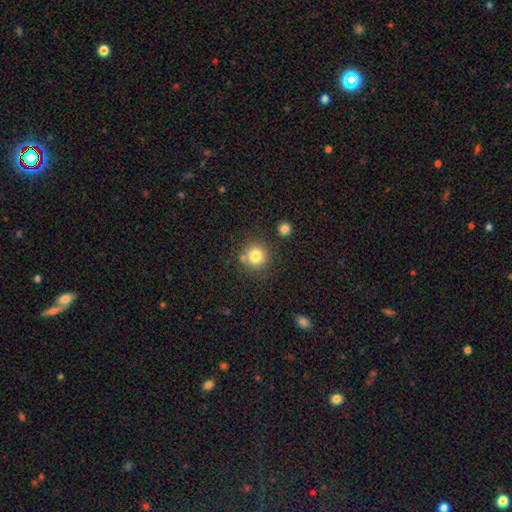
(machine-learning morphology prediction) smooth_or_featured: smooth (p=0.80) [alt: star or artifact p=0.13]
how_rounded: round (p=0.93) [alt: in between p=0.06]
merging: none (p=0.81) [alt: merger p=0.08]